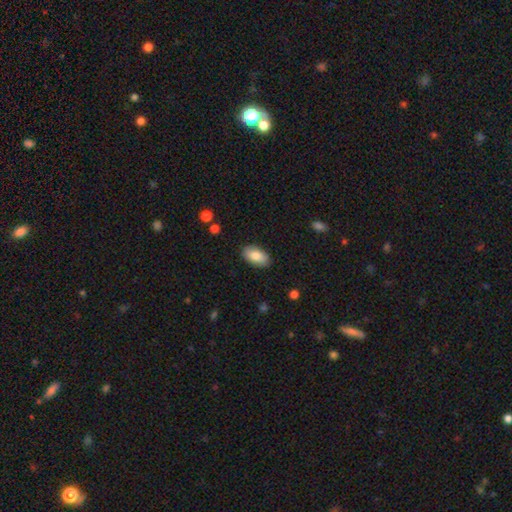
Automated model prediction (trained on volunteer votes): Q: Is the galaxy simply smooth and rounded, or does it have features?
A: smooth — 81%.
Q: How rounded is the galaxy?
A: in between — 94%.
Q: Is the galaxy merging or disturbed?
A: none — 88%.